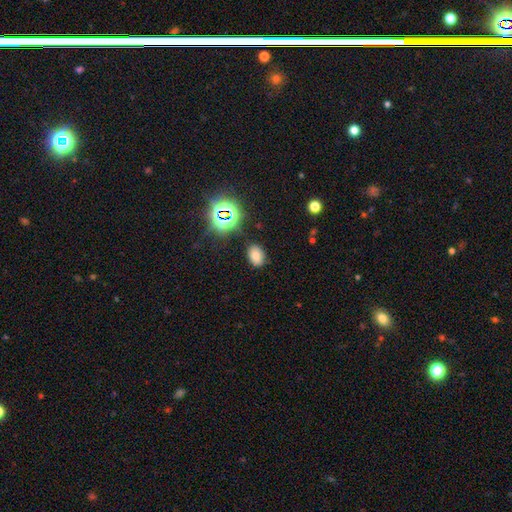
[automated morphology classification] The model was most divided on "smooth or featured": smooth: 69%, star or artifact: 22%, featured or disk: 9%. More confident: merging — none (81%); how rounded — in between (78%).